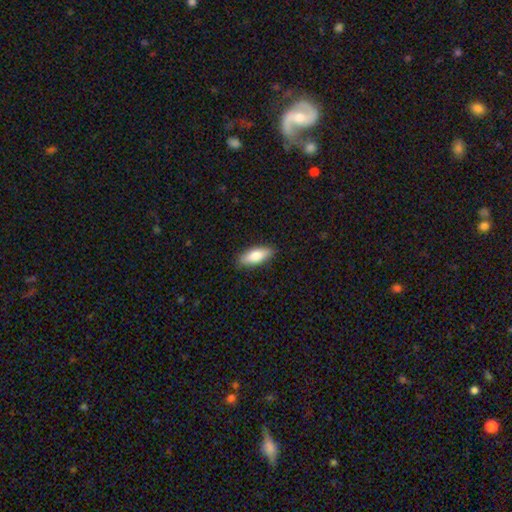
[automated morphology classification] Smooth or featured? smooth (80%)
How rounded? in between (71%)
Merging? none (88%)